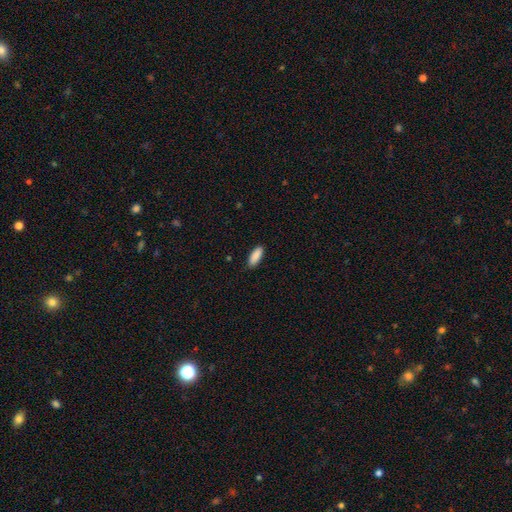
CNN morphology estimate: A smooth galaxy with no disk features (89%) that is in between round and cigar-shaped (70%).

Vote fractions:
- Smooth or featured? smooth: 89% / star or artifact: 6% / featured or disk: 5%
- How rounded? in between: 70% / cigar-shaped: 29% / round: 2%
- Merging? none: 88% / minor disturbance: 9% / major disturbance: 2% / merger: 1%